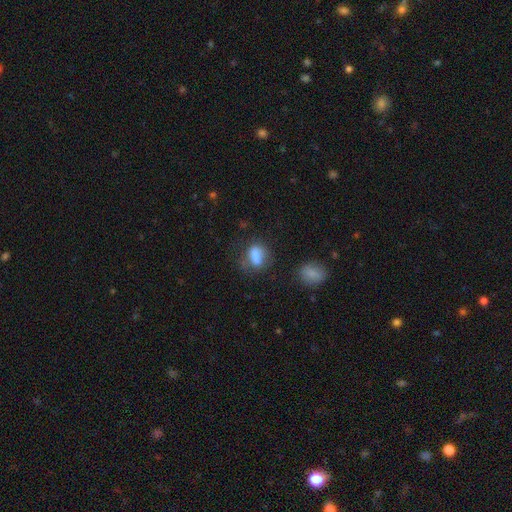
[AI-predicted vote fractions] Overall: smooth (79%). How rounded: in between (71%). Merging: none (60%; minor disturbance 22%).